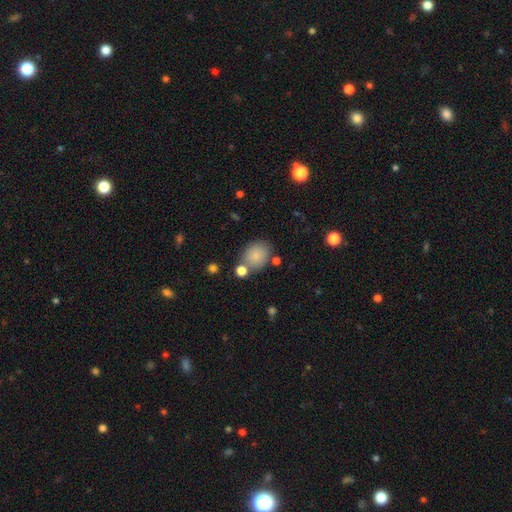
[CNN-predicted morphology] smooth_or_featured: smooth (p=0.83) [alt: star or artifact p=0.09]
how_rounded: round (p=0.54) [alt: in between p=0.45]
merging: none (p=0.72) [alt: minor disturbance p=0.13]